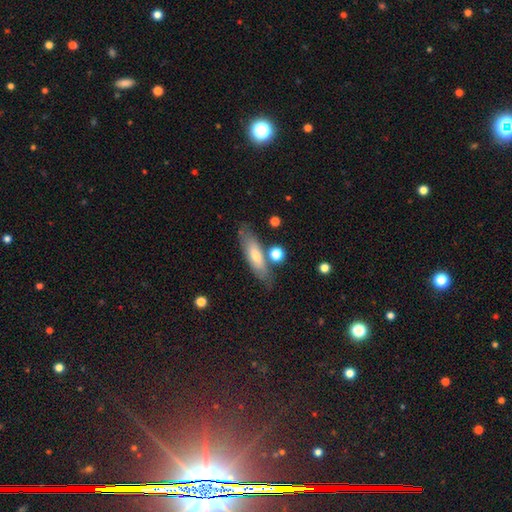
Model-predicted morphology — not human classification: Q: Smooth or featured?
A: smooth (57%); runner-up: featured or disk (36%)
Q: How rounded?
A: cigar-shaped (57%); runner-up: in between (40%)
Q: Merging?
A: none (74%); runner-up: minor disturbance (15%)